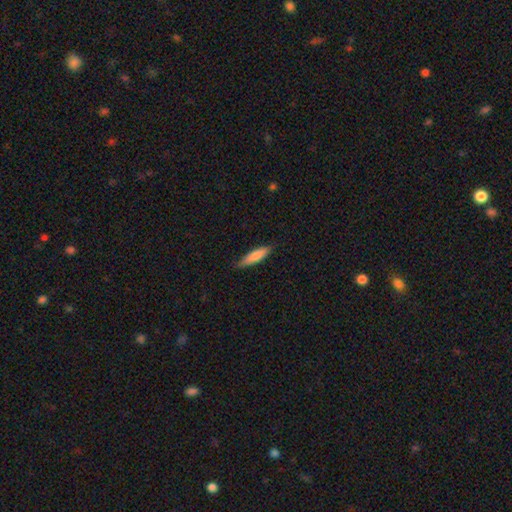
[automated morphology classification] This is likely a smooth galaxy (80%). How rounded: likely cigar-shaped (77%). Merging: clearly none (82%).